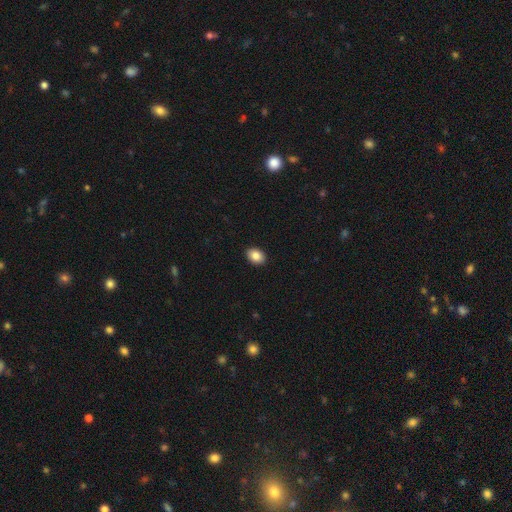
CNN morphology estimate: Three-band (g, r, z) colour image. It shows a smooth galaxy with no disk features (86%) that is in between round and cigar-shaped (77%). Merging: none (92%).